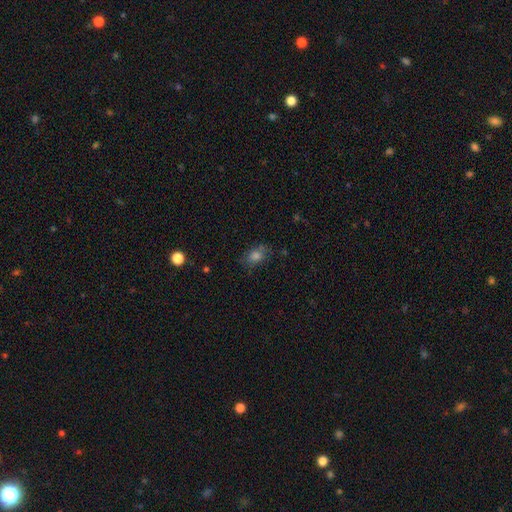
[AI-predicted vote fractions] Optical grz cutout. It shows a smooth galaxy with no disk features (73%) that is in between round and cigar-shaped (70%). Merging: none (74%).